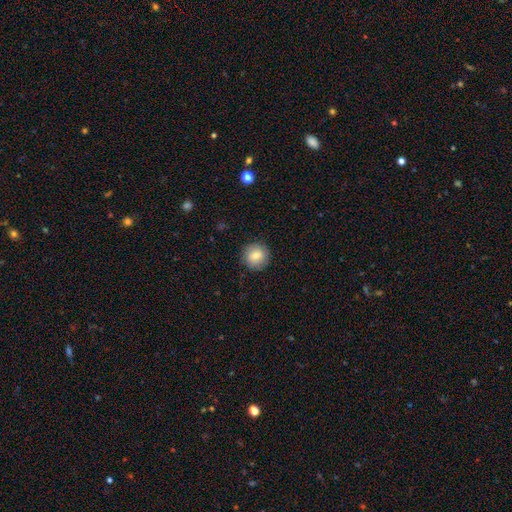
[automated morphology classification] smooth_or_featured: smooth (p=0.79) [alt: featured or disk p=0.12]
how_rounded: round (p=0.93) [alt: in between p=0.06]
merging: none (p=0.88) [alt: minor disturbance p=0.08]